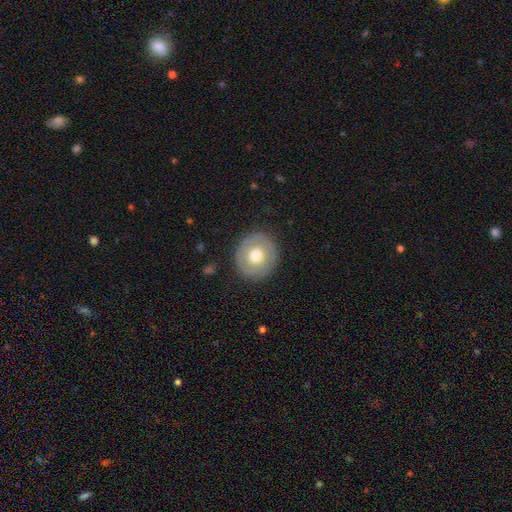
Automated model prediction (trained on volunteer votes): Overall: smooth (54%; featured or disk 40%). How rounded: round (85%). Merging: none (87%).